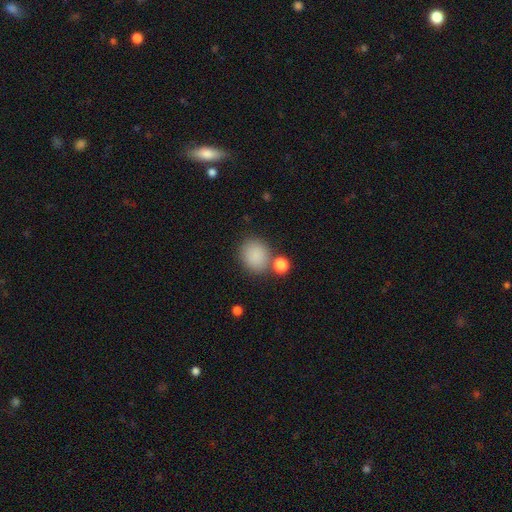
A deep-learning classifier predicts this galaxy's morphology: Smooth or featured? smooth (85%)
How rounded? round (74%)
Merging? none (73%)